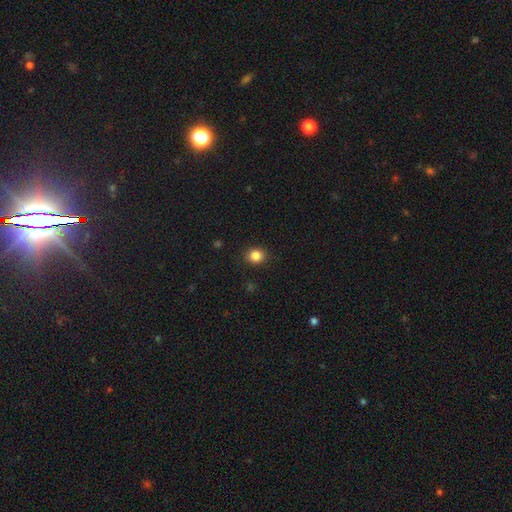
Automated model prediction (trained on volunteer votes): This is clearly a smooth galaxy (85%). How rounded: likely round (76%). Merging: clearly none (90%).